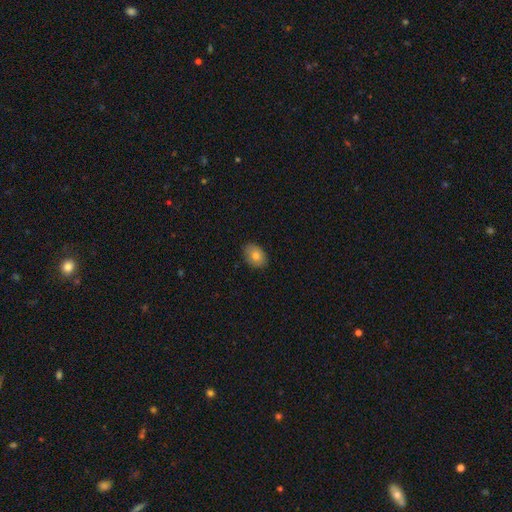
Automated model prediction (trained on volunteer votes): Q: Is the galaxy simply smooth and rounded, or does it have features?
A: smooth — 79%.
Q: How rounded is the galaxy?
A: in between — 76%.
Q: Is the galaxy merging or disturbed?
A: none — 86%.